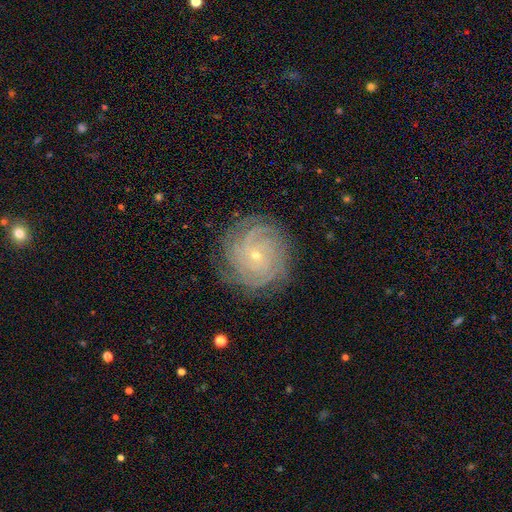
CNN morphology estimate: This appears to be a featured or disk galaxy (84%) with no bar (75%), tight (82%) spiral arms (97%) and a small central bulge (83%). Merging: none (83%).